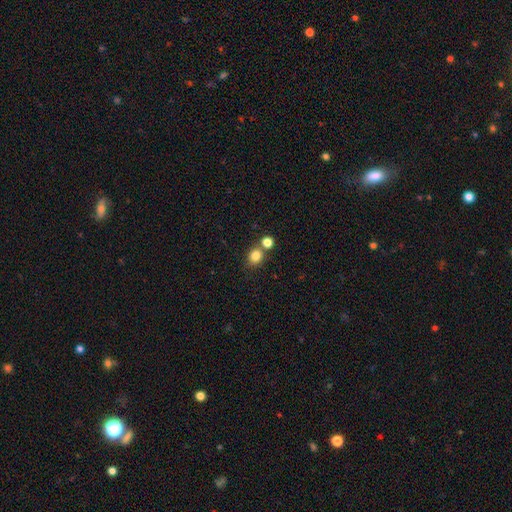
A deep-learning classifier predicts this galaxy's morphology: Q: Smooth or featured?
A: smooth (82%); runner-up: star or artifact (12%)
Q: How rounded?
A: round (72%); runner-up: in between (27%)
Q: Merging?
A: none (63%); runner-up: merger (25%)